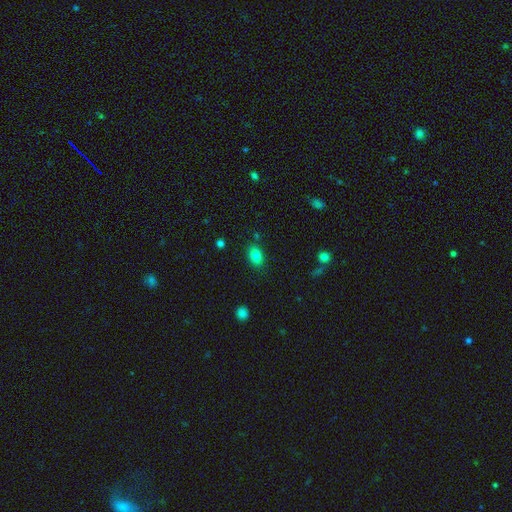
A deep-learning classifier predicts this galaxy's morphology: A smooth galaxy with no disk features (83%) that is in between round and cigar-shaped (81%).

Vote fractions:
- Smooth or featured? smooth: 83% / star or artifact: 10% / featured or disk: 7%
- How rounded? in between: 81% / round: 17% / cigar-shaped: 2%
- Merging? none: 82% / minor disturbance: 12% / major disturbance: 3% / merger: 3%